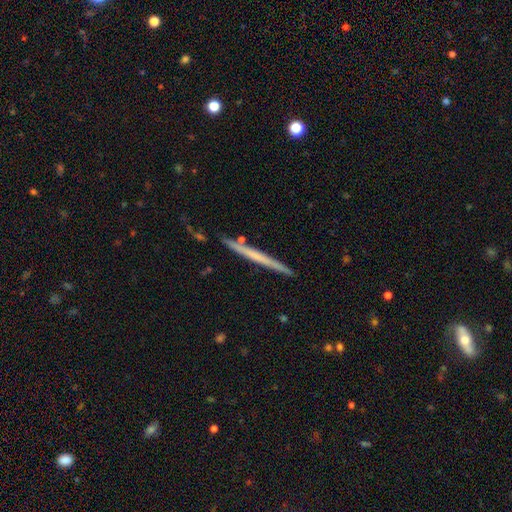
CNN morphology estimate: Q: Smooth or featured?
A: featured or disk (56%); runner-up: smooth (38%)
Q: Edge-on disk?
A: yes (97%); runner-up: no (3%)
Q: Edge-on bulge?
A: none (84%); runner-up: rounded (11%)
Q: Merging?
A: none (86%); runner-up: minor disturbance (10%)